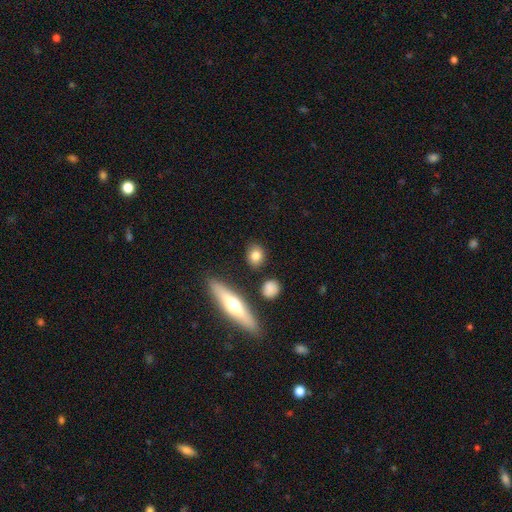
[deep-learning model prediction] Morphology: type=smooth (79%); roundness=round (57%); merging=none (85%).